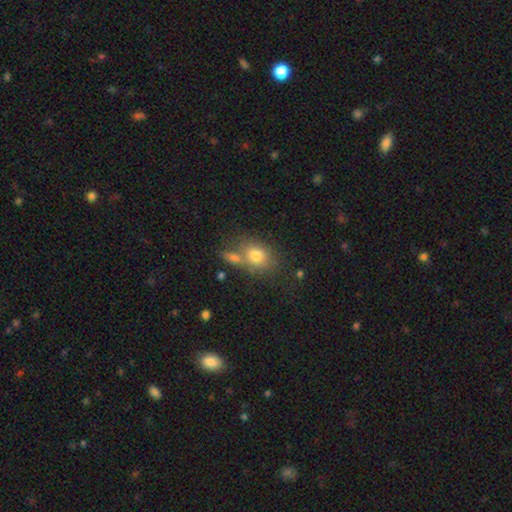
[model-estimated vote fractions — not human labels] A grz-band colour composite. It shows a smooth galaxy with no disk features (75%) that is in between round and cigar-shaped (52%). Merging: none (50%).